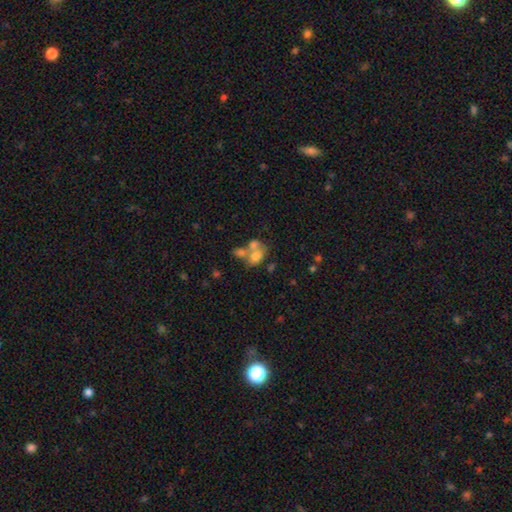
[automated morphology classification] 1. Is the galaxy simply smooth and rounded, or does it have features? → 63% smooth, 25% featured or disk, 12% star or artifact.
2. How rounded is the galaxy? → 72% in between, 27% round, 1% cigar-shaped.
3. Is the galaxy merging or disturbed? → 56% merger, 26% none, 10% minor disturbance, 8% major disturbance.